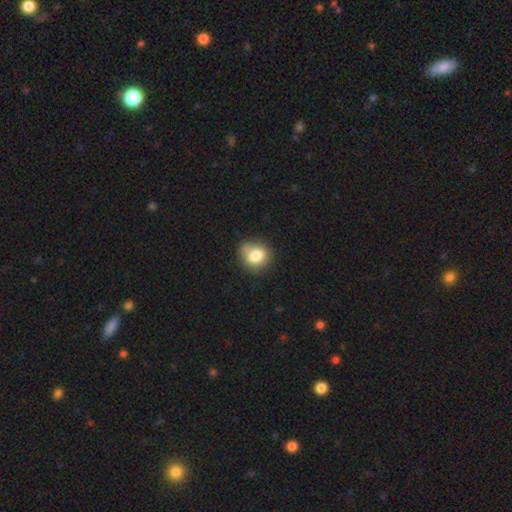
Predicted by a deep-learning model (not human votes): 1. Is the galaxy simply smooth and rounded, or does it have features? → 81% smooth, 10% star or artifact, 10% featured or disk.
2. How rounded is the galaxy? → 74% round, 25% in between, 1% cigar-shaped.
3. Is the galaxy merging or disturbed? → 70% none, 22% minor disturbance, 5% major disturbance, 3% merger.